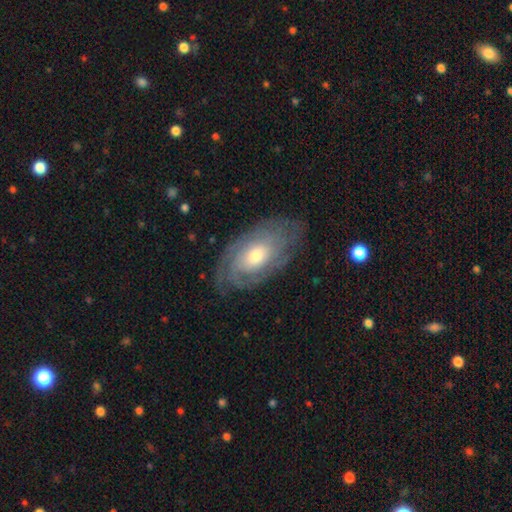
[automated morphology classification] This appears to be a featured or disk galaxy (74%) with no bar (76%), tight (70%) spiral arms (87%) and a moderate central bulge (61%). Merging: none (76%).